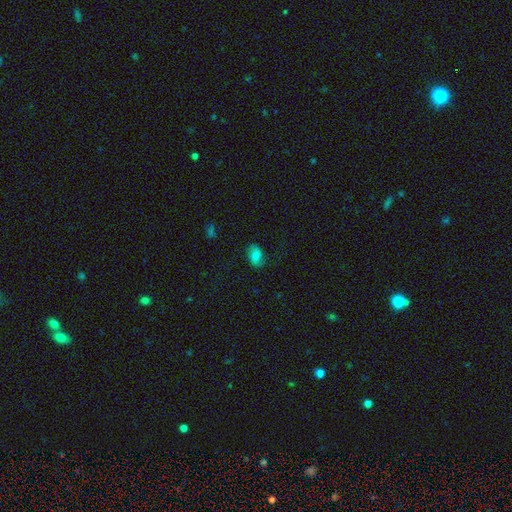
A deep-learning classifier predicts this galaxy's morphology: A smooth galaxy with no disk features (66%) that is in between round and cigar-shaped (84%).

Vote fractions:
- Smooth or featured? smooth: 66% / featured or disk: 23% / star or artifact: 11%
- How rounded? in between: 84% / round: 14% / cigar-shaped: 2%
- Merging? none: 74% / minor disturbance: 18% / major disturbance: 6% / merger: 1%